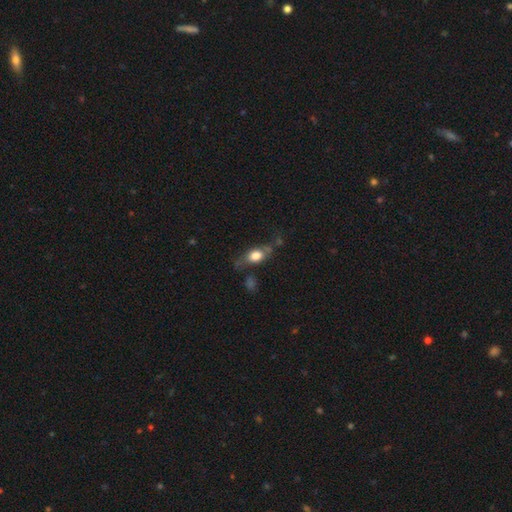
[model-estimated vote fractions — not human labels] Smooth or featured? smooth (62%)
How rounded? in between (68%)
Merging? none (51%)